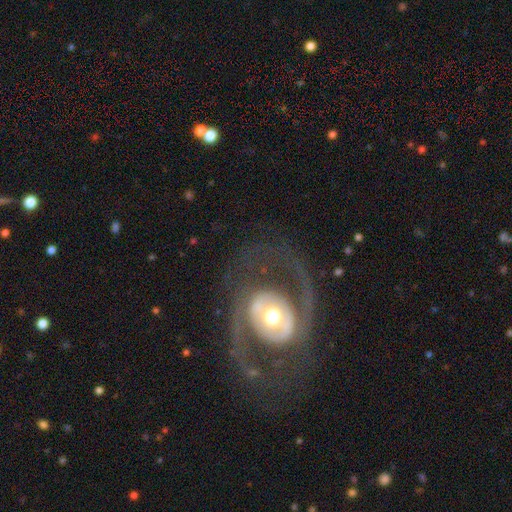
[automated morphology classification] type=featured or disk (84%); edge-on=no (96%); bar=no (53%); spiral arms=yes (79%); winding=medium (50%); arm count=2 (87%); bulge=moderate (56%); merging=none (77%).